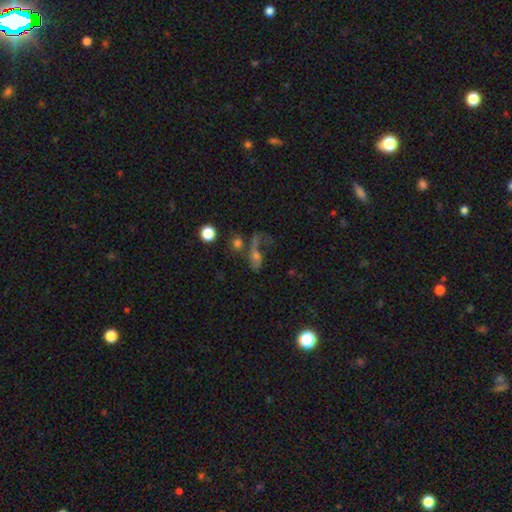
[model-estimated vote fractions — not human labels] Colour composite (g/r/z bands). It shows a featured or disk galaxy (41%). Merging: none (33%).